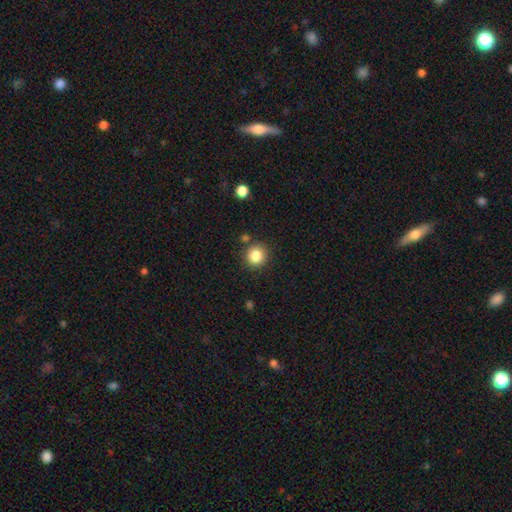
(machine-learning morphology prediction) Smooth or featured: smooth — 85% (star or artifact — 10%)
How rounded: round — 92% (in between — 7%)
Merging: none — 85% (minor disturbance — 8%)